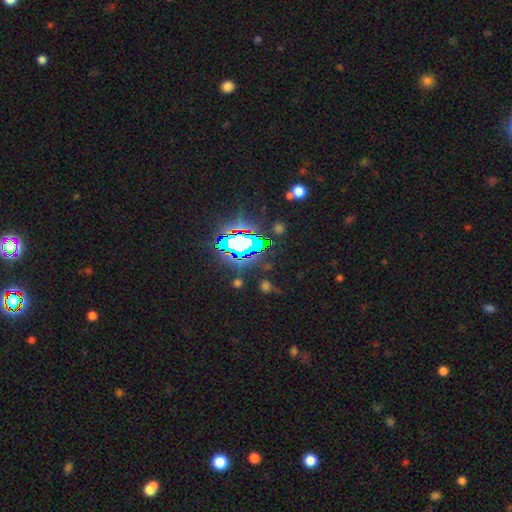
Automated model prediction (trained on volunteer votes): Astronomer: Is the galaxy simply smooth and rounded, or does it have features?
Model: star or artifact — 81%.